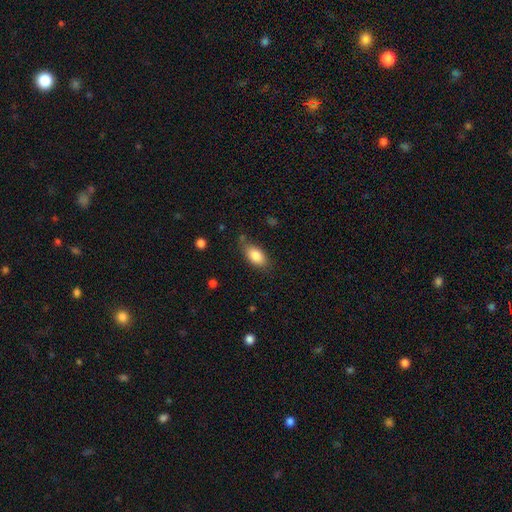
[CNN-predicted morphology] This appears to be a smooth galaxy with no disk features (83%) that is in between round and cigar-shaped (90%). Merging: none (75%).